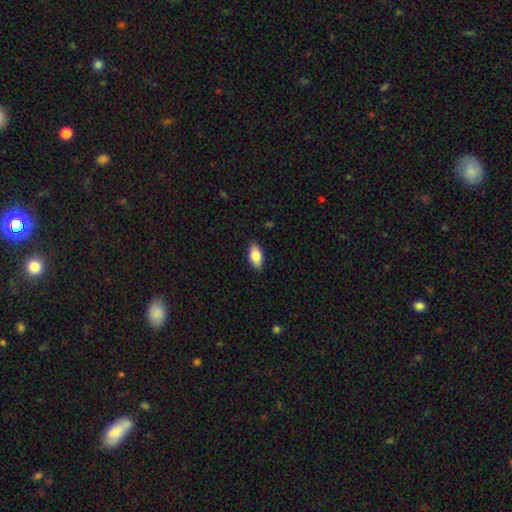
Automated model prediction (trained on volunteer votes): smooth_or_featured: smooth (p=0.81) [alt: featured or disk p=0.12]
how_rounded: in between (p=0.90) [alt: cigar-shaped p=0.06]
merging: none (p=0.87) [alt: minor disturbance p=0.10]